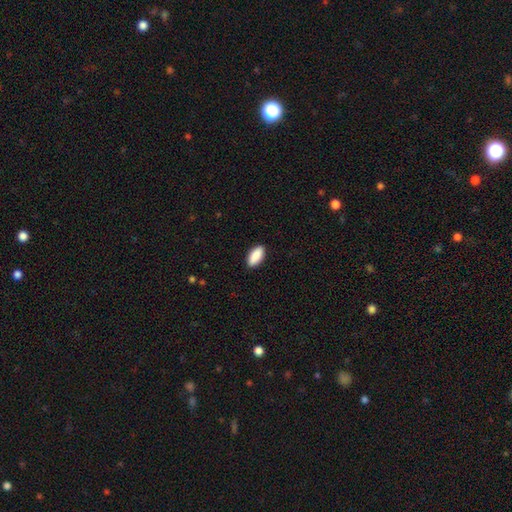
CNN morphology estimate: Smooth or featured: smooth — 90% (star or artifact — 6%)
How rounded: in between — 89% (cigar-shaped — 9%)
Merging: none — 90% (minor disturbance — 7%)